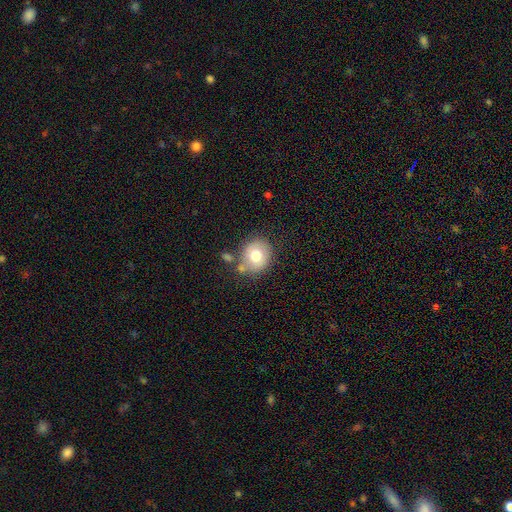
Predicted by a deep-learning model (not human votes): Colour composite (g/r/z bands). It shows a smooth galaxy with no disk features (72%) that is round (68%). Merging: none (67%).